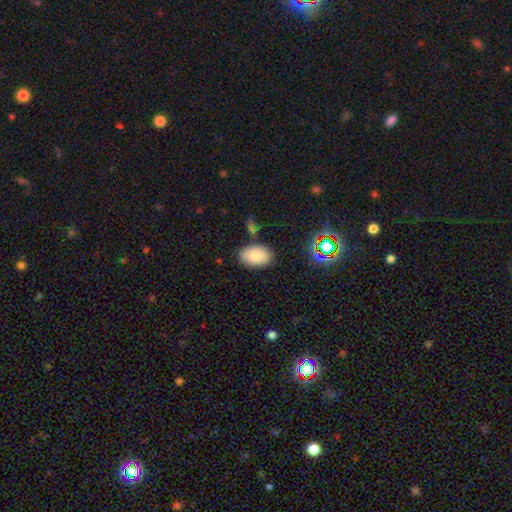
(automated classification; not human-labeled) A smooth galaxy with no disk features (84%) that is in between round and cigar-shaped (90%).

Vote fractions:
- Smooth or featured? smooth: 84% / star or artifact: 10% / featured or disk: 6%
- How rounded? in between: 90% / round: 9% / cigar-shaped: 1%
- Merging? none: 79% / minor disturbance: 13% / merger: 5% / major disturbance: 3%